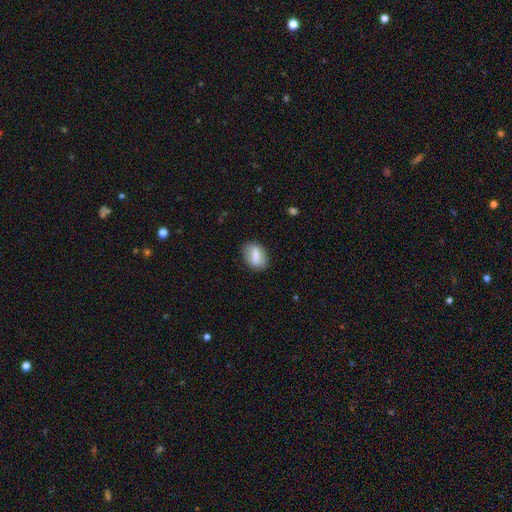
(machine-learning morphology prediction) This is likely a smooth galaxy (60%). How rounded: likely in between (80%). Merging: clearly none (84%).